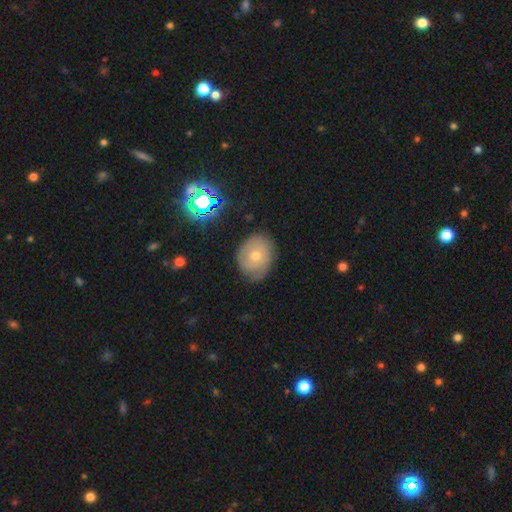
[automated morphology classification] Smooth or featured?
  - featured or disk: 53% *
  - smooth: 34%
  - star or artifact: 13%
Edge-on disk?
  - no: 95% *
  - yes: 5%
Bar?
  - no: 82% *
  - weak: 16%
  - strong: 3%
Spiral arms?
  - yes: 76% *
  - no: 24%
Bulge size?
  - small: 53% *
  - moderate: 44%
  - large: 1%
  - none: 1%
  - dominant: 1%
Merging?
  - none: 67% *
  - minor disturbance: 25%
  - major disturbance: 7%
  - merger: 1%